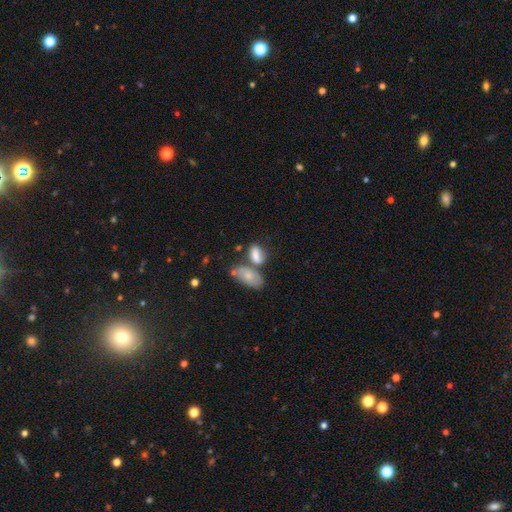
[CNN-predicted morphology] Smooth or featured? smooth (78%)
How rounded? in between (86%)
Merging? none (41%)